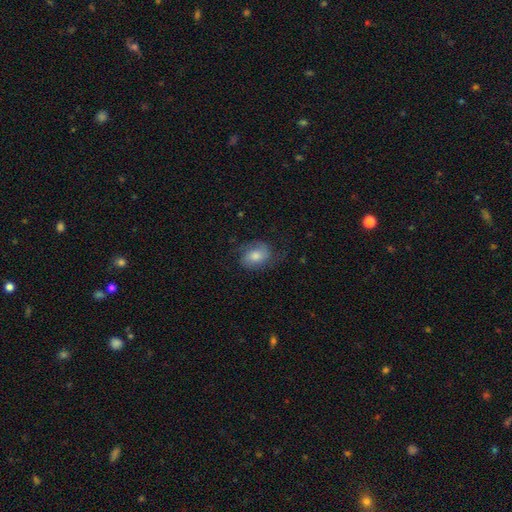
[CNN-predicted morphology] A featured or disk galaxy (49%).

Vote fractions:
- Smooth or featured? featured or disk: 49% / smooth: 41% / star or artifact: 10%
- Merging? none: 65% / minor disturbance: 21% / major disturbance: 13% / merger: 1%